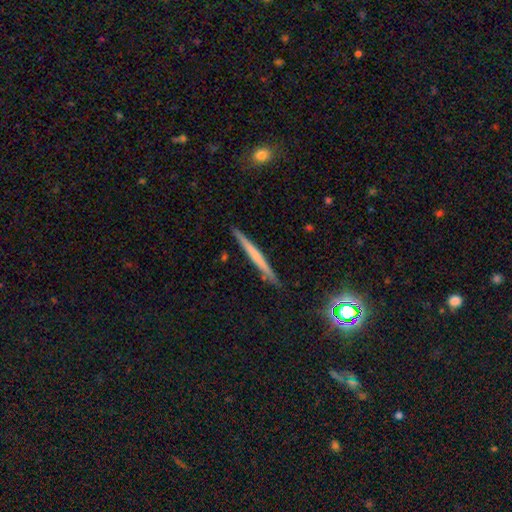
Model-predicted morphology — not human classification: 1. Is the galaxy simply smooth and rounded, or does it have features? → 46% smooth (tied), 46% featured or disk (tied), 8% star or artifact.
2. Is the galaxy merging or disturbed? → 90% none, 7% minor disturbance, 1% major disturbance, 1% merger.